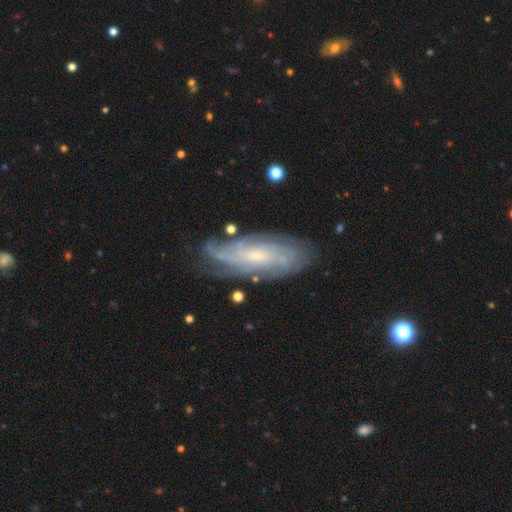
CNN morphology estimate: Smooth or featured: featured or disk — 81% (smooth — 12%)
Edge-on disk: no — 87% (yes — 13%)
Bar: no — 61% (weak — 32%)
Spiral arms: yes — 94% (no — 6%)
Spiral winding: tight — 63% (medium — 29%)
Spiral arm count: can't tell — 44% (4 — 18%)
Bulge size: small — 56% (moderate — 33%)
Merging: none — 75% (minor disturbance — 17%)